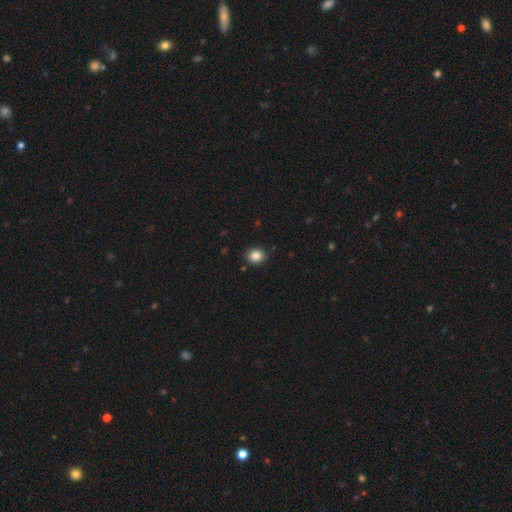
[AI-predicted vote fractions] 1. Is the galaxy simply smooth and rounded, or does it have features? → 86% smooth, 10% star or artifact, 4% featured or disk.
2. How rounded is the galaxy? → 64% round, 35% in between, 1% cigar-shaped.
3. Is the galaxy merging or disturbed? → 89% none, 8% minor disturbance, 2% major disturbance, 1% merger.